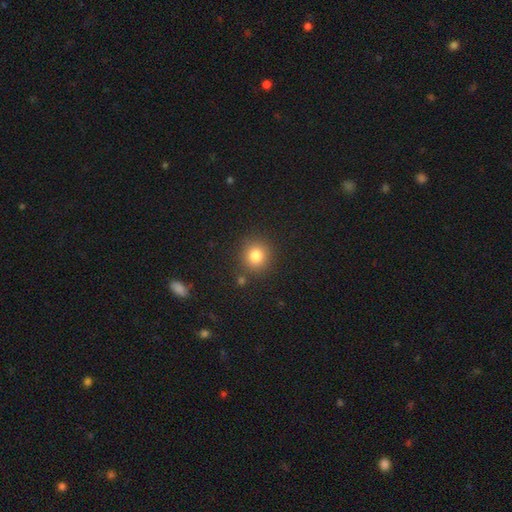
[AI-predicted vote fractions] smooth 82%, star or artifact 12%, featured or disk 6%. Down the decision tree: how rounded — round (89%); merging — none (86%).